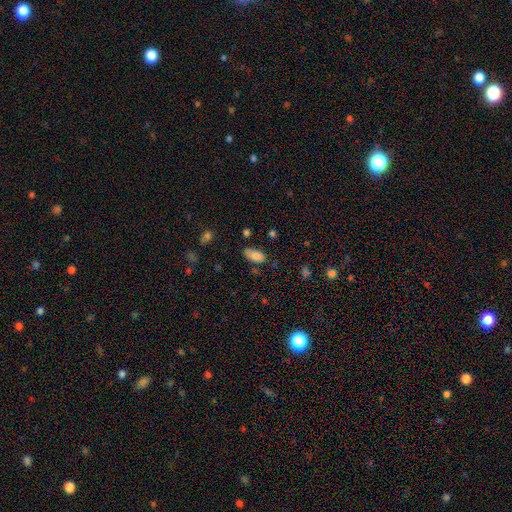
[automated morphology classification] The model was most divided on "merging": none: 64%, minor disturbance: 26%, major disturbance: 6%, merger: 4%. More confident: how rounded — in between (92%); smooth or featured — smooth (83%).